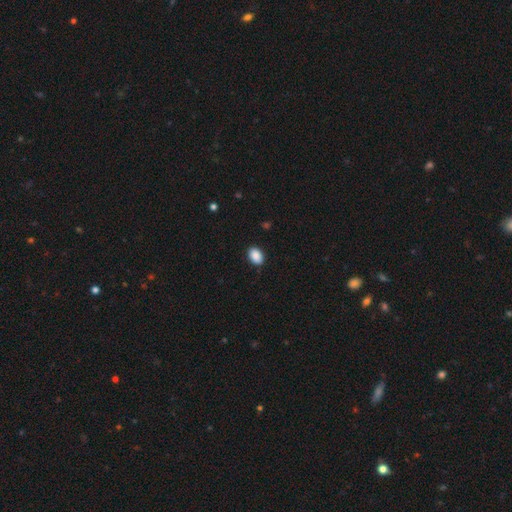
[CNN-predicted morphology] Smooth or featured? smooth (90%)
How rounded? in between (81%)
Merging? none (88%)